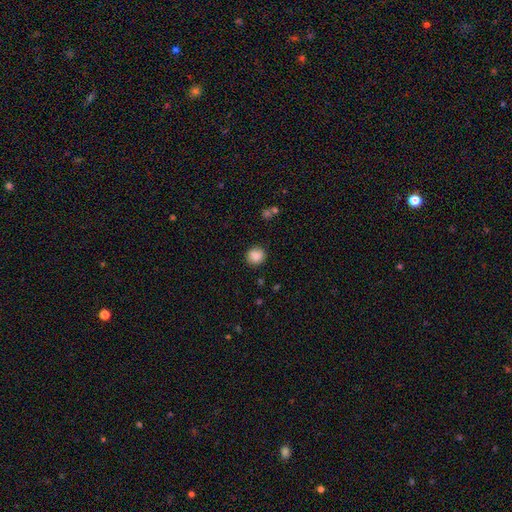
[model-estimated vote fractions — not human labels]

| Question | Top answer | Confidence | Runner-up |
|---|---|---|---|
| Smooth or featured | smooth | 87% | star or artifact (9%) |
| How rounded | round | 89% | in between (10%) |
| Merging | none | 89% | minor disturbance (7%) |